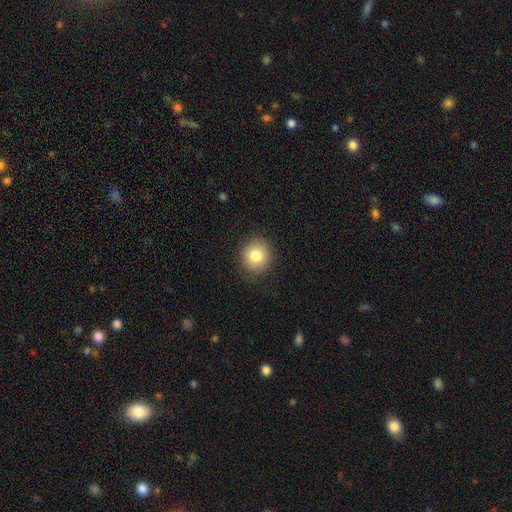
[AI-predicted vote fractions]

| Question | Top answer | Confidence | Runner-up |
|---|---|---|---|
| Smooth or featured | smooth | 83% | star or artifact (9%) |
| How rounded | round | 89% | in between (10%) |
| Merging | none | 89% | minor disturbance (8%) |